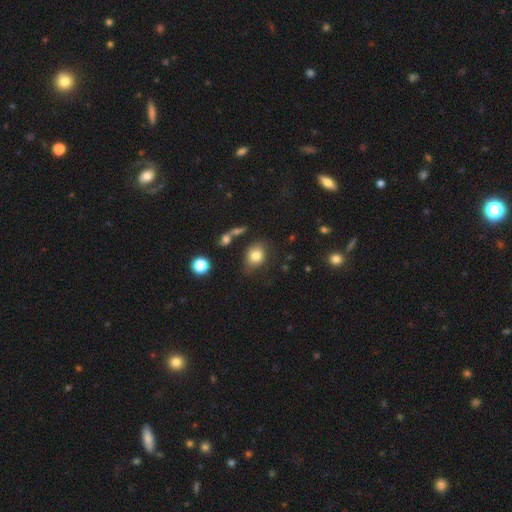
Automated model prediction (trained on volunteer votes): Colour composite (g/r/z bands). It shows a smooth galaxy with no disk features (80%) that is in between round and cigar-shaped (50%). Merging: none (66%).